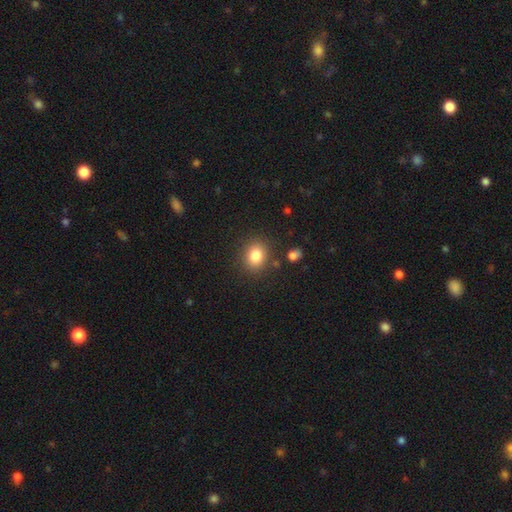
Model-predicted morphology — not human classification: Smooth or featured? smooth (83%)
How rounded? round (63%)
Merging? none (84%)